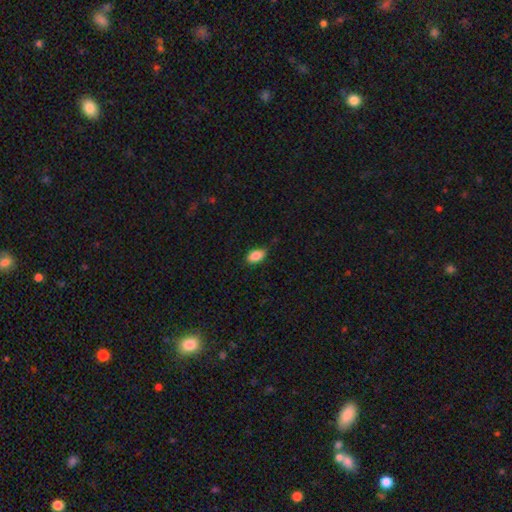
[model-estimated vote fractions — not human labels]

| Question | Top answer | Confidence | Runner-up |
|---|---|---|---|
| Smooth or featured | smooth | 88% | star or artifact (7%) |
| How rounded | in between | 93% | round (4%) |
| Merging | none | 80% | minor disturbance (17%) |